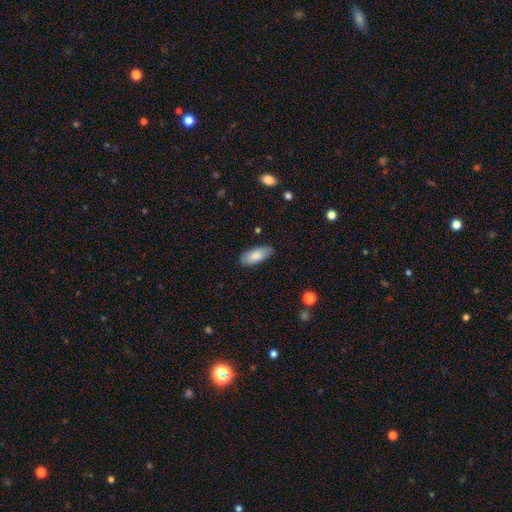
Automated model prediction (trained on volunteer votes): This appears to be a smooth galaxy with no disk features (82%) that is in between round and cigar-shaped (84%). Merging: none (83%).